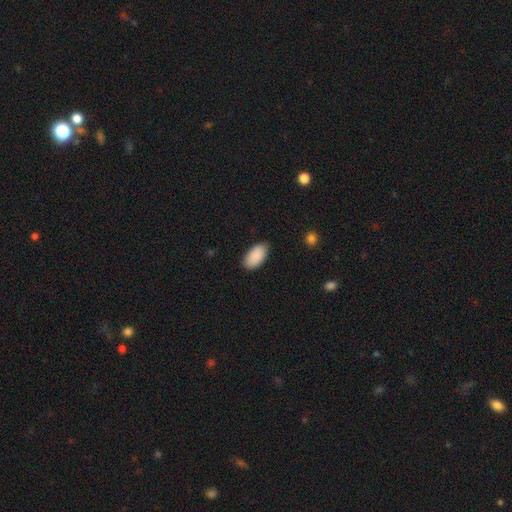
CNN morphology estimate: A smooth galaxy with no disk features (90%) that is in between round and cigar-shaped (95%).

Vote fractions:
- Smooth or featured? smooth: 90% / star or artifact: 6% / featured or disk: 4%
- How rounded? in between: 95% / cigar-shaped: 3% / round: 2%
- Merging? none: 82% / minor disturbance: 14% / major disturbance: 2% / merger: 1%